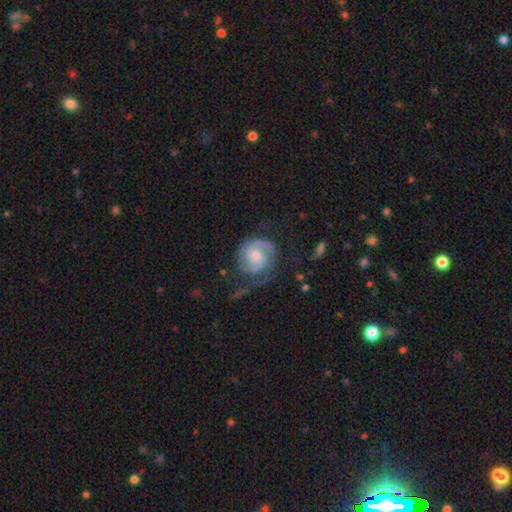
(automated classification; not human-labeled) Smooth or featured? featured or disk (79%)
Edge-on disk? no (98%)
Bar? no (58%)
Spiral arms? yes (95%)
Spiral winding? tight (47%)
Spiral arm count? 2 (69%)
Bulge size? moderate (52%)
Merging? none (58%)